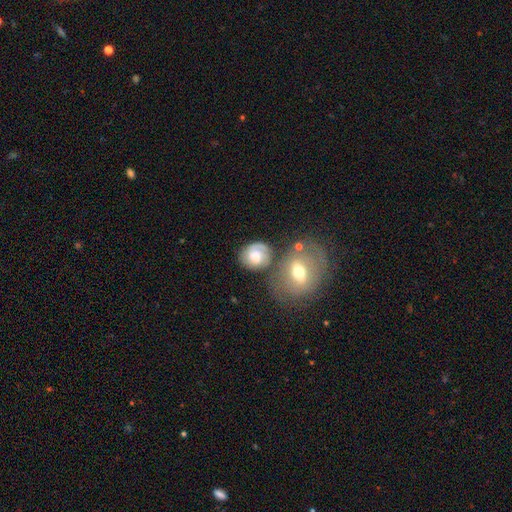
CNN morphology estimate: Q: Smooth or featured?
A: featured or disk (52%); runner-up: smooth (41%)
Q: Edge-on disk?
A: no (97%); runner-up: yes (3%)
Q: Bar?
A: no (65%); runner-up: weak (29%)
Q: Spiral arms?
A: yes (81%); runner-up: no (19%)
Q: Bulge size?
A: moderate (51%); runner-up: large (25%)
Q: Merging?
A: none (53%); runner-up: minor disturbance (20%)